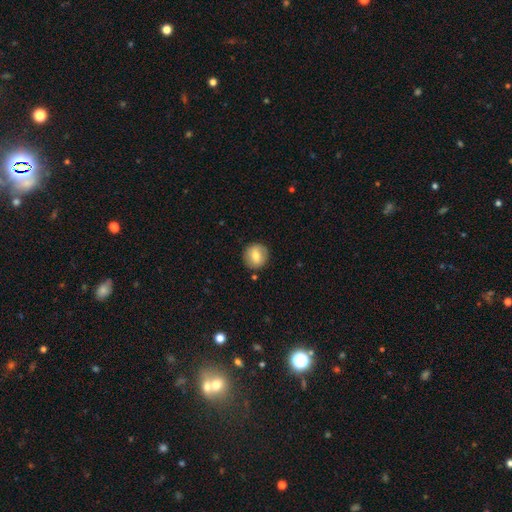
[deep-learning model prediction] Smooth or featured? smooth (69%)
How rounded? round (89%)
Merging? none (87%)